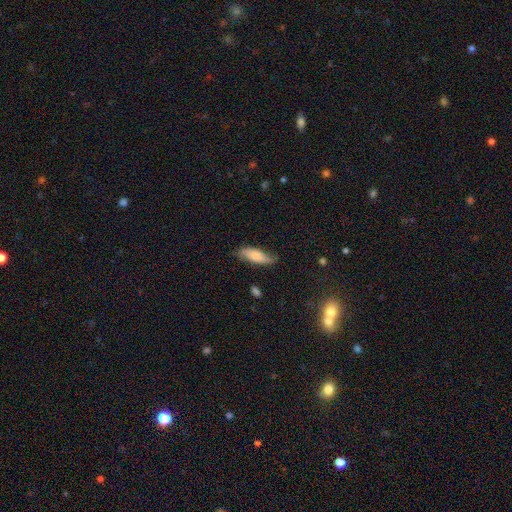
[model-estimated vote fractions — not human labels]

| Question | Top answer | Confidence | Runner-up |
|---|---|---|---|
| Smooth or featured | smooth | 66% | featured or disk (28%) |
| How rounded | in between | 58% | cigar-shaped (40%) |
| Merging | none | 69% | minor disturbance (24%) |